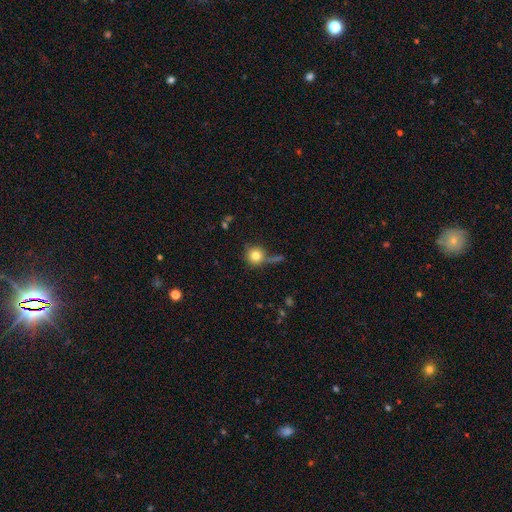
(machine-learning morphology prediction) type=smooth (79%); roundness=round (93%); merging=none (60%).